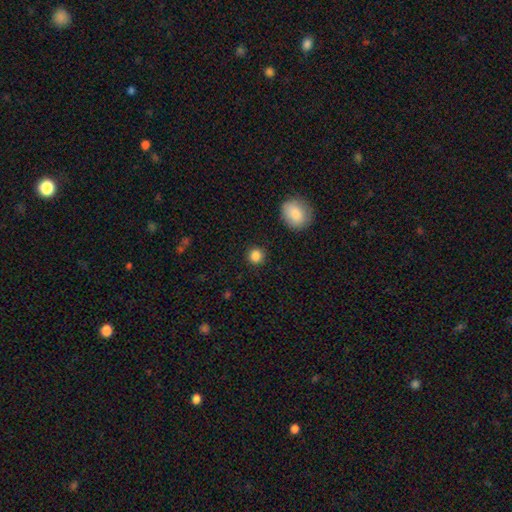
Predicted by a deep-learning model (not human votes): This appears to be a smooth galaxy with no disk features (86%) that is round (92%). Merging: none (90%).